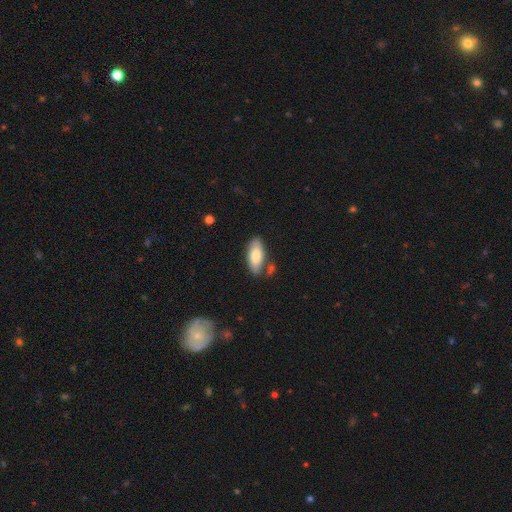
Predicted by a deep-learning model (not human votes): smooth 77%, featured or disk 17%, star or artifact 6%. Down the decision tree: how rounded — in between (83%); merging — none (74%).